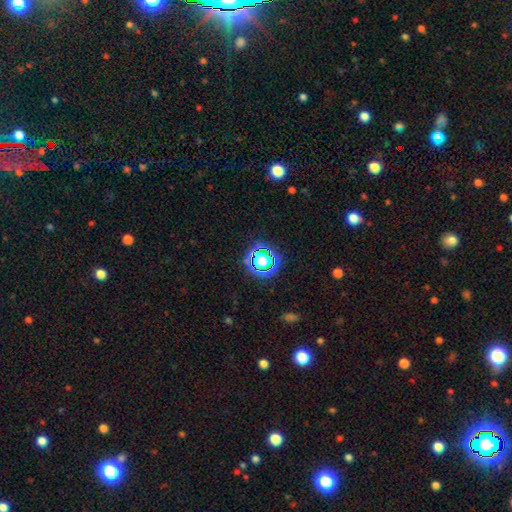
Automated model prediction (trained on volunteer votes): This is possibly a star or artifact rather than a galaxy (54%).